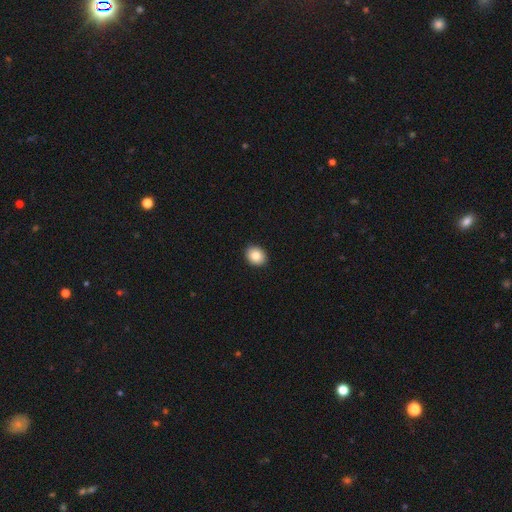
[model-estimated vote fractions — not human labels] Smooth or featured? Predicted: smooth (p=0.85). How rounded? Predicted: round (p=0.52). Merging? Predicted: none (p=0.92).